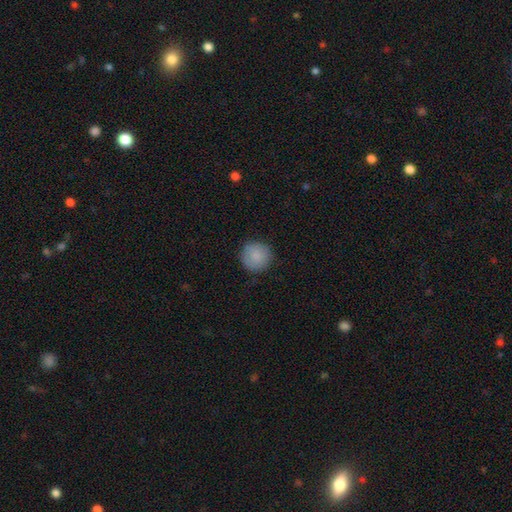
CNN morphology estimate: This appears to be a smooth galaxy with no disk features (87%) that is round (95%). Merging: none (88%).